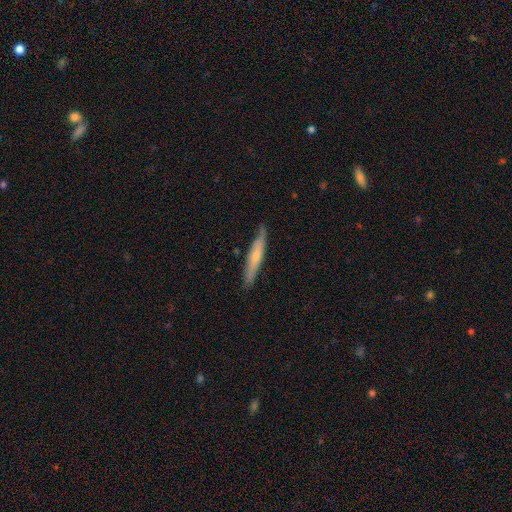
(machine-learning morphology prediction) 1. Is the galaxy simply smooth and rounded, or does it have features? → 47% smooth (tied), 47% featured or disk (tied), 5% star or artifact.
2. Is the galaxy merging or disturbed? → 83% none, 13% minor disturbance, 2% major disturbance, 1% merger.